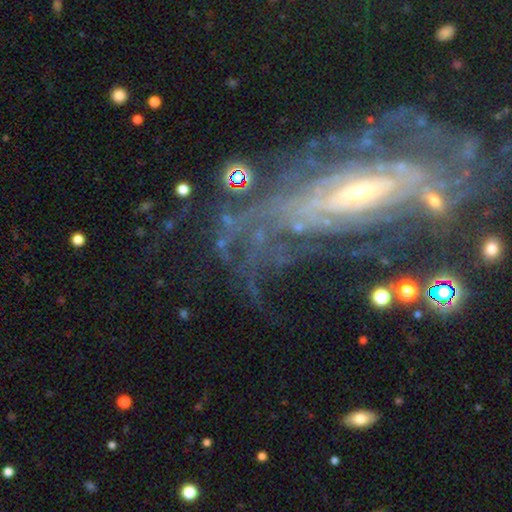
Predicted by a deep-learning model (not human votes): A featured or disk galaxy (85%) with no bar (36%), tight (64%) spiral arms (91%) and a small central bulge (60%). Merging: none (63%).